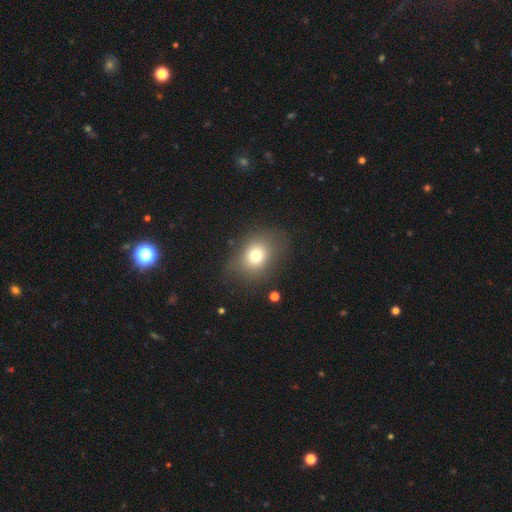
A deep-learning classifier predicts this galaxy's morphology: Smooth or featured? smooth (74%)
How rounded? in between (54%)
Merging? none (75%)